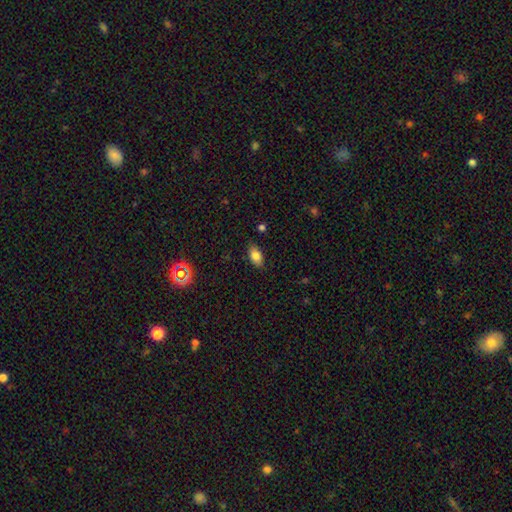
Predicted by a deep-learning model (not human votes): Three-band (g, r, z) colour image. It shows a smooth galaxy with no disk features (81%) that is in between round and cigar-shaped (89%). Merging: none (84%).